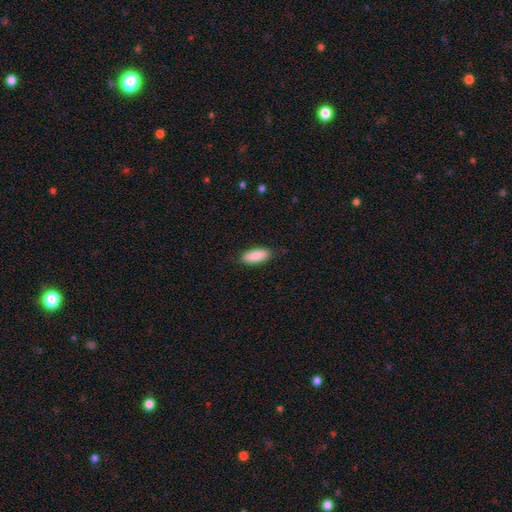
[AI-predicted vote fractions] smooth 88%, featured or disk 6%, star or artifact 6%. Down the decision tree: how rounded — in between (79%); merging — none (86%).